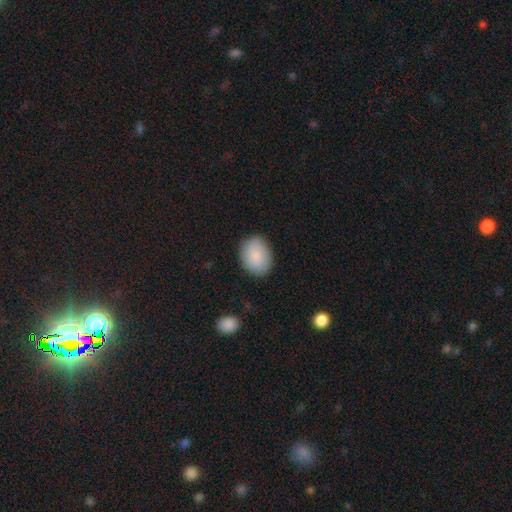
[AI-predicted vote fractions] Morphology: type=smooth (87%); roundness=in between (66%); merging=none (86%).